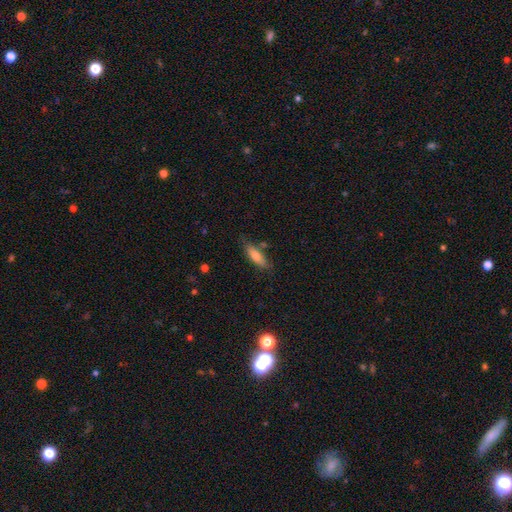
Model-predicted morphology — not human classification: This appears to be a smooth galaxy with no disk features (72%) that is cigar-shaped (51%). Merging: none (76%).